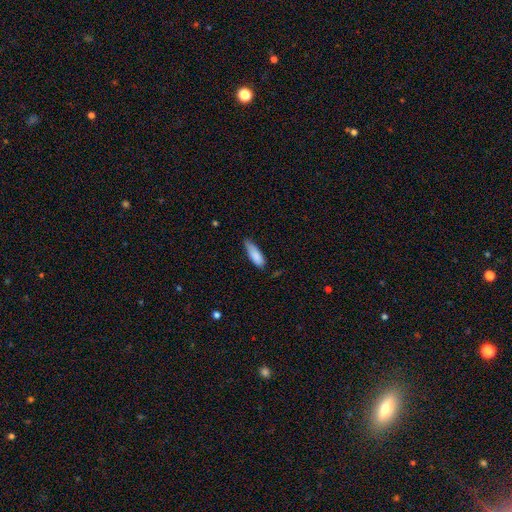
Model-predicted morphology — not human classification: A smooth galaxy with no disk features (86%) that is in between round and cigar-shaped (55%).

Vote fractions:
- Smooth or featured? smooth: 86% / featured or disk: 7% / star or artifact: 6%
- How rounded? in between: 55% / cigar-shaped: 43% / round: 2%
- Merging? none: 59% / minor disturbance: 34% / major disturbance: 5% / merger: 2%